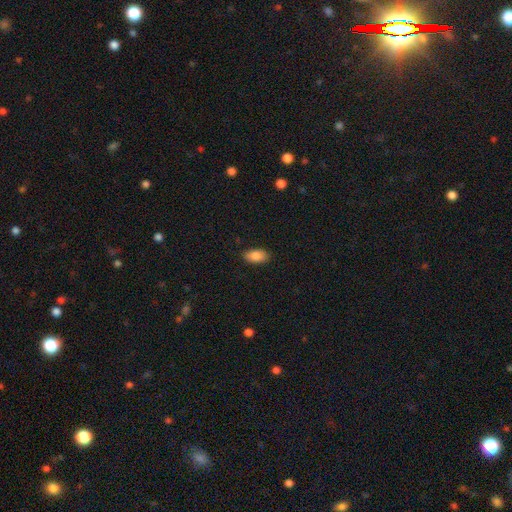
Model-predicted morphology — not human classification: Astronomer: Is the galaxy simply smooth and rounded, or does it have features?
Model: smooth — 87%.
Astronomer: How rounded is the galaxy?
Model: in between — 93%.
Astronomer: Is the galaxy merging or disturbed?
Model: none — 87%.